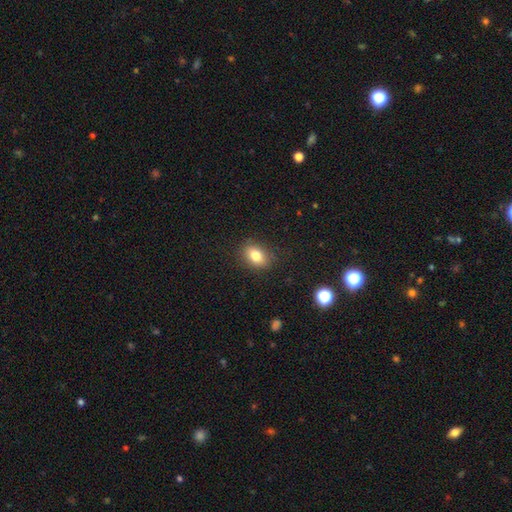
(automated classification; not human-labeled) Smooth or featured? smooth (81%)
How rounded? in between (73%)
Merging? none (85%)